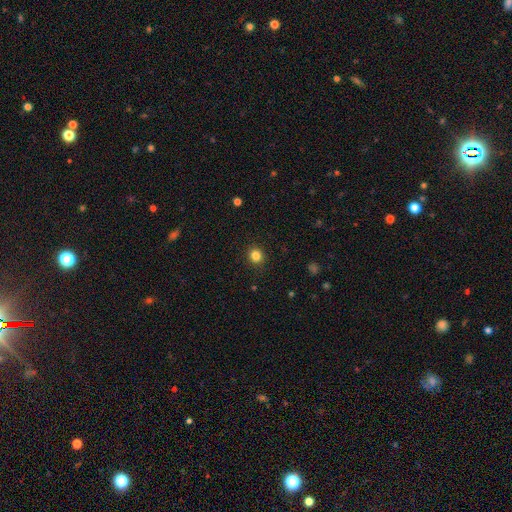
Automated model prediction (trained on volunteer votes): smooth-or-featured: smooth: 83% | star or artifact: 12% | featured or disk: 5%
  how-rounded: round: 90% | in between: 9% | cigar-shaped: 1%
  merging: none: 91% | minor disturbance: 6% | major disturbance: 2% | merger: 1%